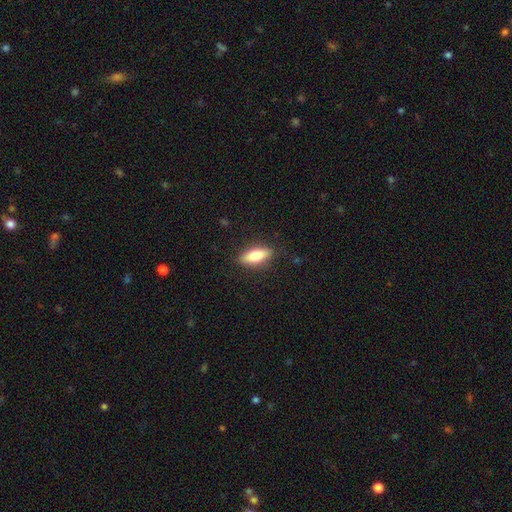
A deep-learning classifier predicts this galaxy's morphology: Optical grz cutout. It shows a smooth galaxy with no disk features (73%) that is in between round and cigar-shaped (69%). Merging: none (87%).